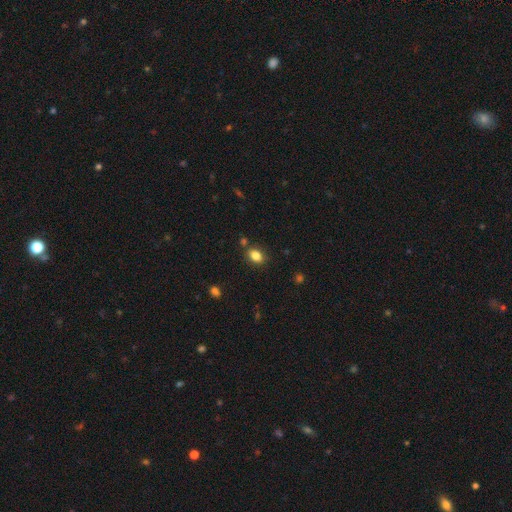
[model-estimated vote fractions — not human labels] This appears to be a smooth galaxy with no disk features (84%) that is in between round and cigar-shaped (76%). Merging: none (80%).